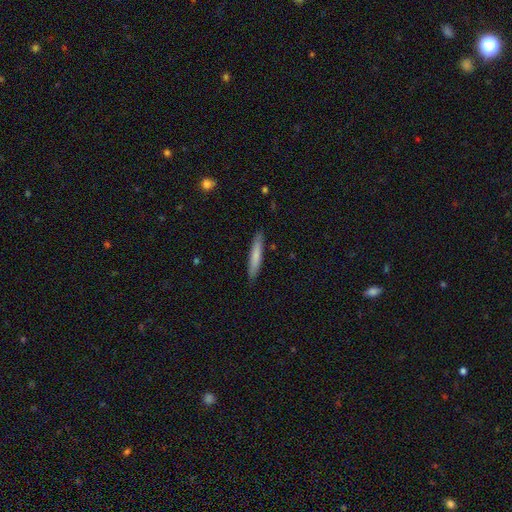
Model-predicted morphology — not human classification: Q: Smooth or featured?
A: smooth (76%); runner-up: featured or disk (19%)
Q: How rounded?
A: cigar-shaped (93%); runner-up: in between (6%)
Q: Merging?
A: none (88%); runner-up: minor disturbance (9%)